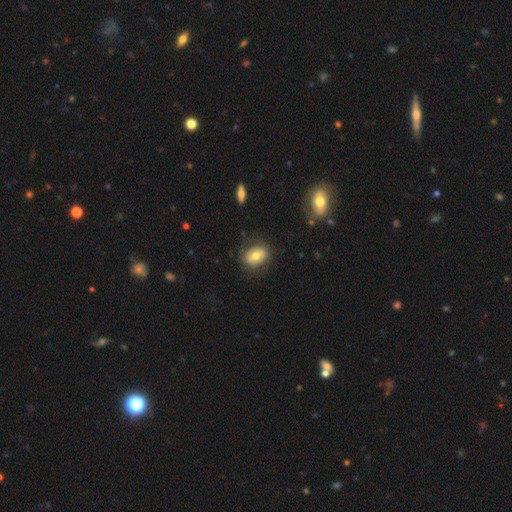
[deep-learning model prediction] This is likely a smooth galaxy (66%). How rounded: likely in between (70%). Merging: likely none (74%).